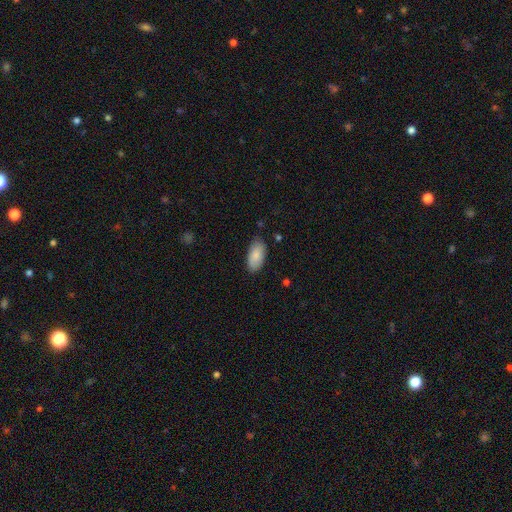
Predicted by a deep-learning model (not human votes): A smooth galaxy with no disk features (84%) that is in between round and cigar-shaped (94%). Merging: none (80%).